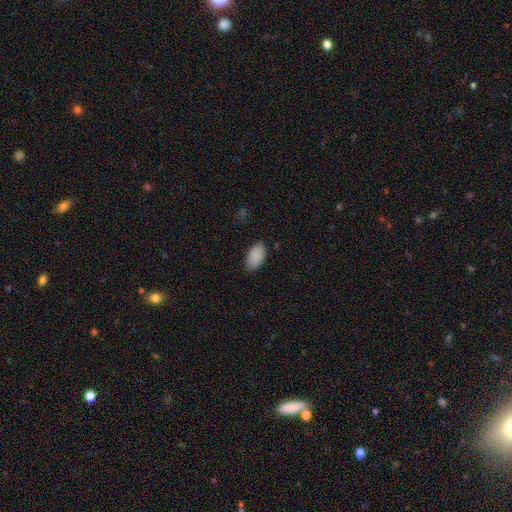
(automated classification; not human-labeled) Smooth or featured? smooth (90%)
How rounded? in between (95%)
Merging? none (85%)